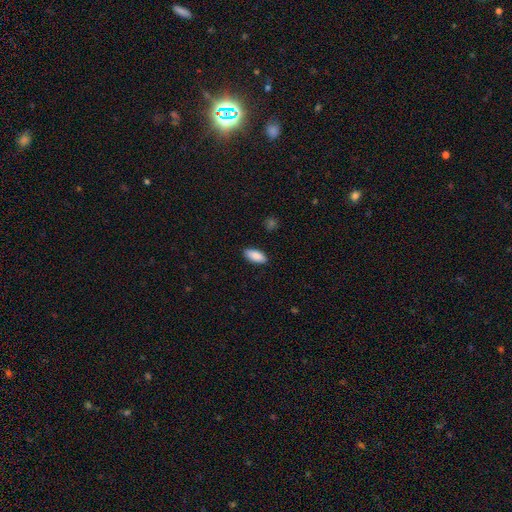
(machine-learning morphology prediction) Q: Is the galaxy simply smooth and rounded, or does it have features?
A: smooth — 89%.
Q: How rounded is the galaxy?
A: in between — 89%.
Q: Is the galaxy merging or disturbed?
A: none — 88%.